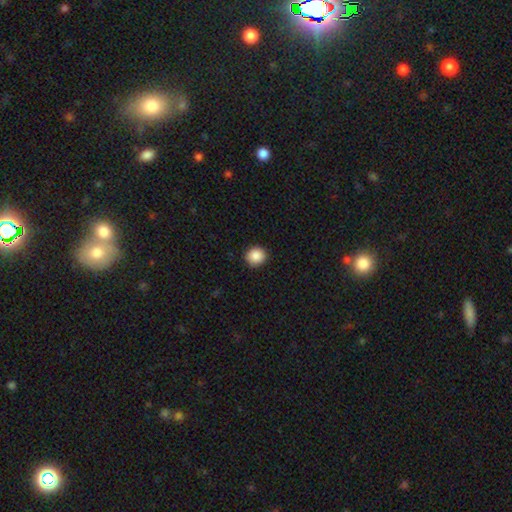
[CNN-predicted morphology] A smooth galaxy with no disk features (88%) that is round (91%). Merging: none (91%).